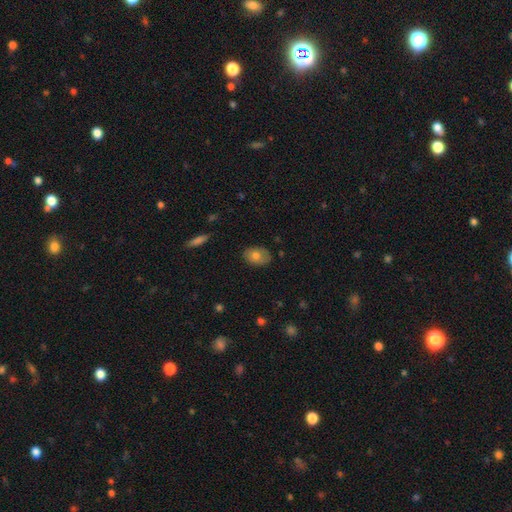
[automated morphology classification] Smooth or featured?
  - smooth: 75% *
  - featured or disk: 17%
  - star or artifact: 8%
How rounded?
  - in between: 82% *
  - round: 17%
  - cigar-shaped: 1%
Merging?
  - none: 80% *
  - minor disturbance: 16%
  - major disturbance: 3%
  - merger: 1%